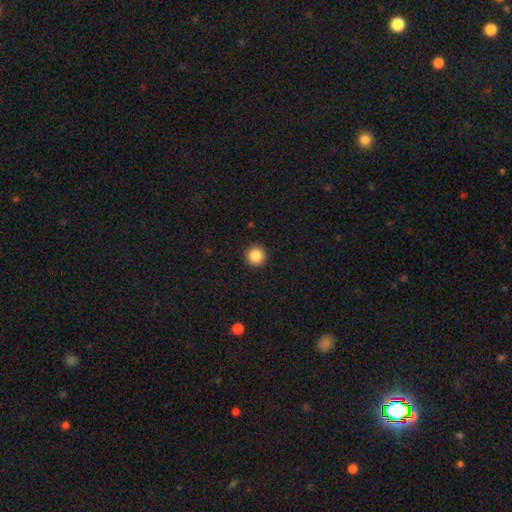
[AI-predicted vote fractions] Smooth or featured? smooth (86%)
How rounded? round (96%)
Merging? none (93%)